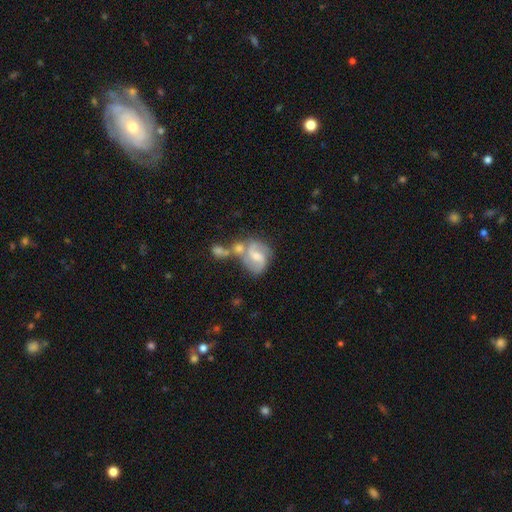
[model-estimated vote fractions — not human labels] Smooth or featured: featured or disk — 76% (smooth — 17%)
Edge-on disk: no — 98% (yes — 2%)
Bar: weak — 53% (no — 30%)
Spiral arms: yes — 92% (no — 8%)
Spiral winding: medium — 53% (loose — 30%)
Spiral arm count: 2 — 87% (can't tell — 6%)
Bulge size: moderate — 45% (small — 37%)
Merging: merger — 43% (none — 32%)